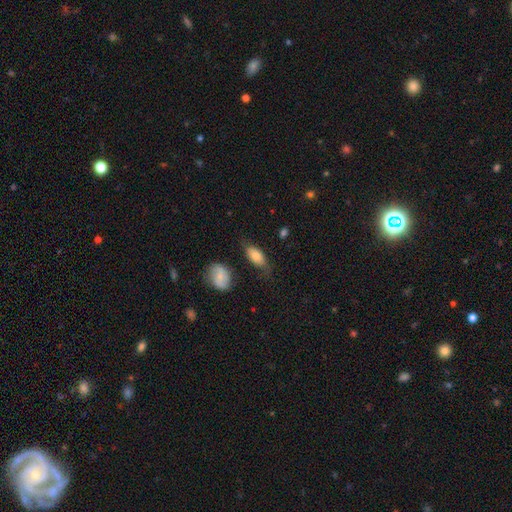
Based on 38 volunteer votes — Smooth or featured? smooth (79%)
How rounded? in between (73%)
Merging? none (80%)